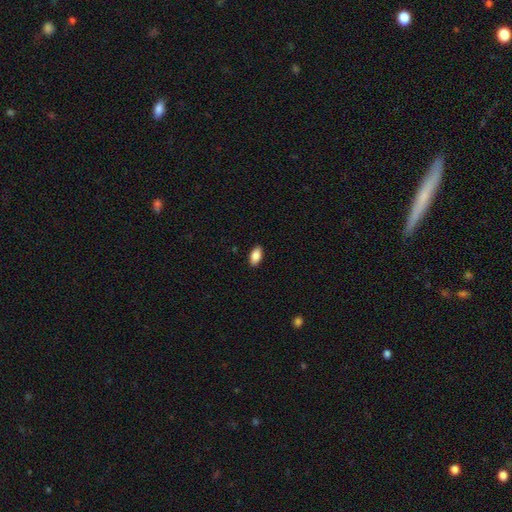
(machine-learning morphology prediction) A smooth galaxy with no disk features (88%) that is in between round and cigar-shaped (92%).

Vote fractions:
- Smooth or featured? smooth: 88% / star or artifact: 7% / featured or disk: 5%
- How rounded? in between: 92% / cigar-shaped: 5% / round: 3%
- Merging? none: 89% / minor disturbance: 8% / major disturbance: 2% / merger: 1%